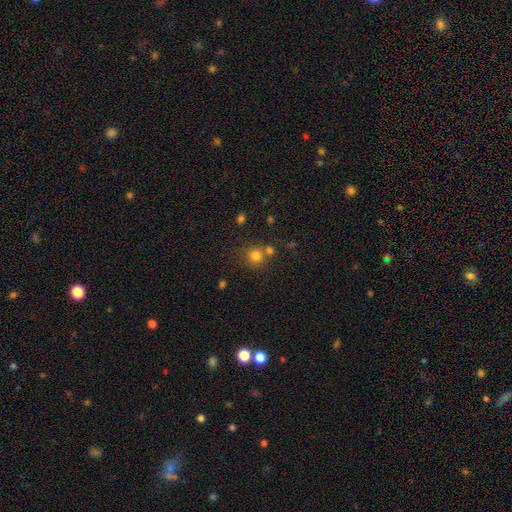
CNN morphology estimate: Q: Smooth or featured?
A: smooth (78%); runner-up: star or artifact (14%)
Q: How rounded?
A: round (89%); runner-up: in between (10%)
Q: Merging?
A: none (61%); runner-up: merger (27%)